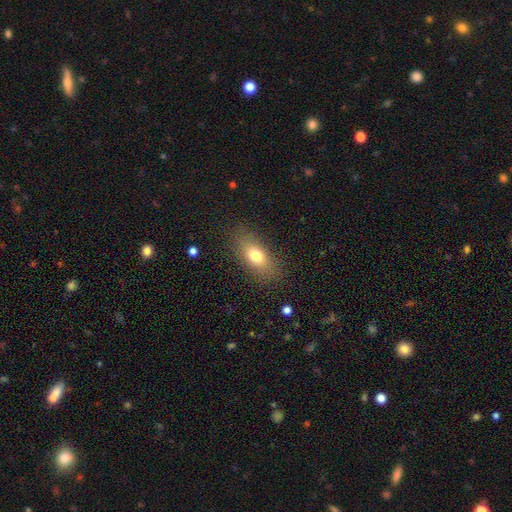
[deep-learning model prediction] smooth_or_featured: smooth (p=0.74) [alt: featured or disk p=0.16]
how_rounded: in between (p=0.79) [alt: cigar-shaped p=0.12]
merging: none (p=0.84) [alt: minor disturbance p=0.11]